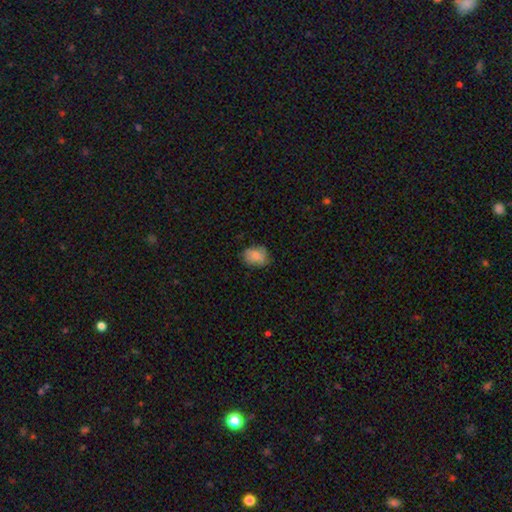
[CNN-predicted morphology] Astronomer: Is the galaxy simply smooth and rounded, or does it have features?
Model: smooth — 81%.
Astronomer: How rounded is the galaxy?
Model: in between — 57% (runner-up: round, 42%).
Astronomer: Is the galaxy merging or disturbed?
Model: none — 71%.